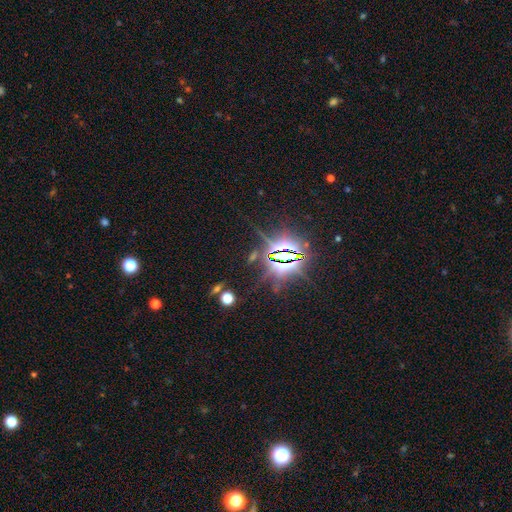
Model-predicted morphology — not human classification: Overall: star or artifact (83%).